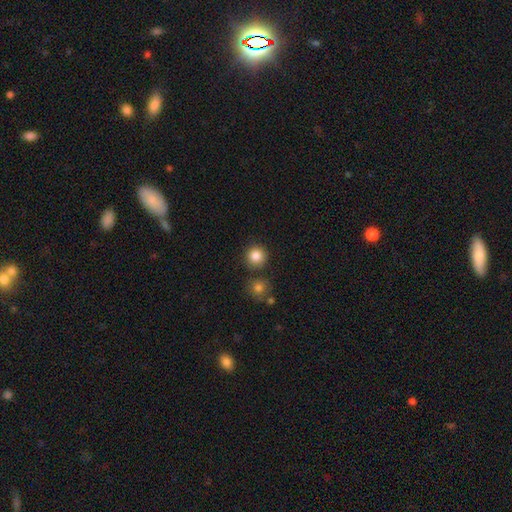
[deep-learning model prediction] This appears to be a smooth galaxy with no disk features (85%) that is round (94%). Merging: none (84%).